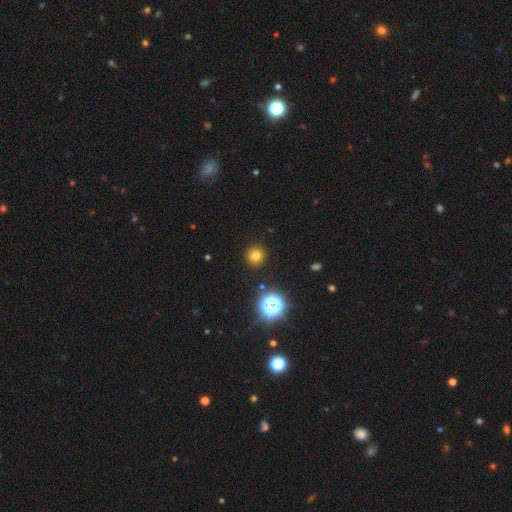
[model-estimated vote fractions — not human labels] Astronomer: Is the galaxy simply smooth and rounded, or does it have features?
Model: smooth — 76%.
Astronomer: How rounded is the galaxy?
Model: round — 94%.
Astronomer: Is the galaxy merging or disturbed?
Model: none — 90%.